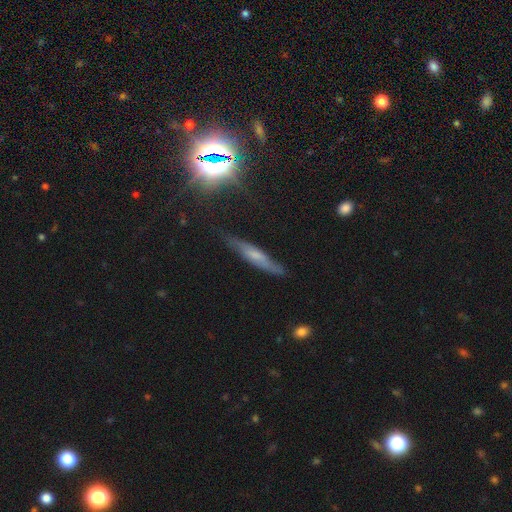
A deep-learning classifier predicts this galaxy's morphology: This is marginally a featured or disk galaxy (45%). Merging: likely none (76%).